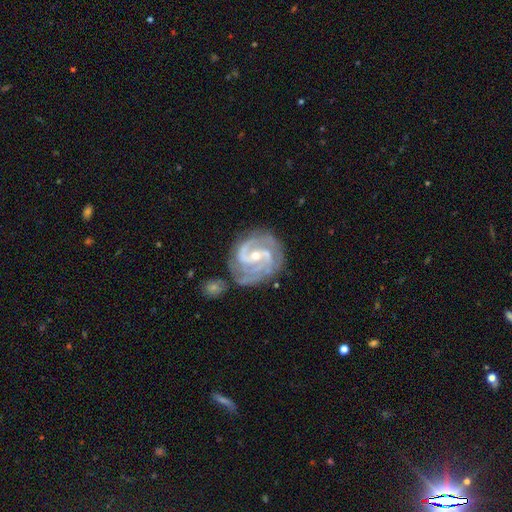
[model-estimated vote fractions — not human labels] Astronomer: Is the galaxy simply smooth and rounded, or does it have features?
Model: featured or disk — 92%.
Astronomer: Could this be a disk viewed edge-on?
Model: no — 98%.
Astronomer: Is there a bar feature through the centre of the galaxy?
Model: weak — 44% (runner-up: strong, 29%).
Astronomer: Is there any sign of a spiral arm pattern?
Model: yes — 98%.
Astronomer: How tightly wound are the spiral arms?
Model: medium — 47% (runner-up: tight, 44%).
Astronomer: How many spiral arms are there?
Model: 2 — 56%.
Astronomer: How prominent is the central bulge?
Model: small — 60% (runner-up: moderate, 37%).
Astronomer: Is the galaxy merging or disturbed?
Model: none — 65%.